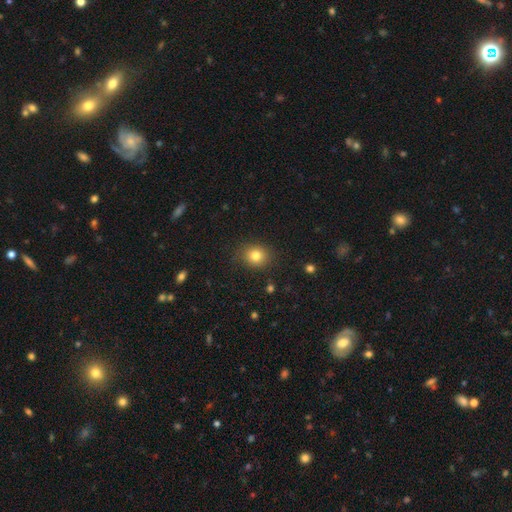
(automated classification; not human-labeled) smooth 81%, star or artifact 12%, featured or disk 7%. Down the decision tree: how rounded — round (75%); merging — none (86%).